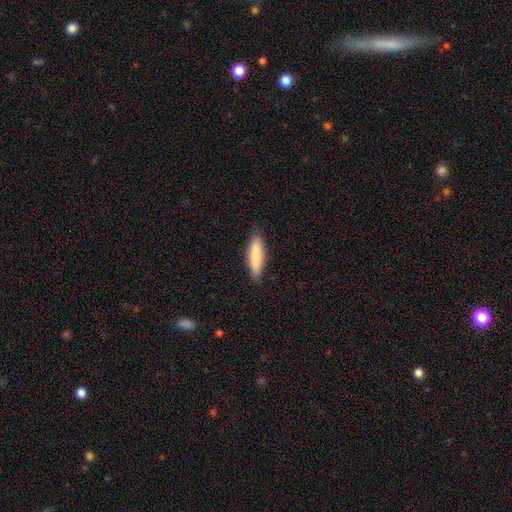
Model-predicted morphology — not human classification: A smooth galaxy with no disk features (86%) that is cigar-shaped (69%).

Vote fractions:
- Smooth or featured? smooth: 86% / featured or disk: 9% / star or artifact: 6%
- How rounded? cigar-shaped: 69% / in between: 30% / round: 1%
- Merging? none: 87% / minor disturbance: 10% / major disturbance: 2% / merger: 1%